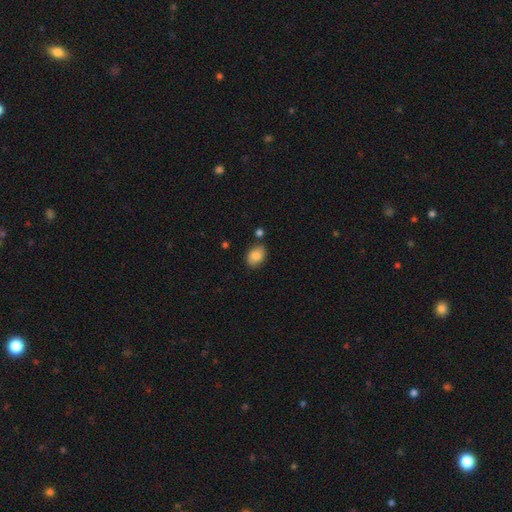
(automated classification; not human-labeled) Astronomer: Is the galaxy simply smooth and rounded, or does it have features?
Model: smooth — 86%.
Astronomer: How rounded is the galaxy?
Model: in between — 79%.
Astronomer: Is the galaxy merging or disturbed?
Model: none — 78%.